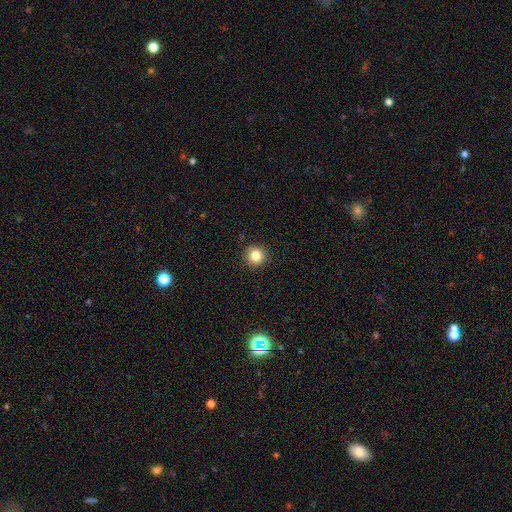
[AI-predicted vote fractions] A smooth galaxy with no disk features (83%) that is round (94%).

Vote fractions:
- Smooth or featured? smooth: 83% / star or artifact: 11% / featured or disk: 6%
- How rounded? round: 94% / in between: 5% / cigar-shaped: 1%
- Merging? none: 91% / minor disturbance: 6% / major disturbance: 2% / merger: 1%